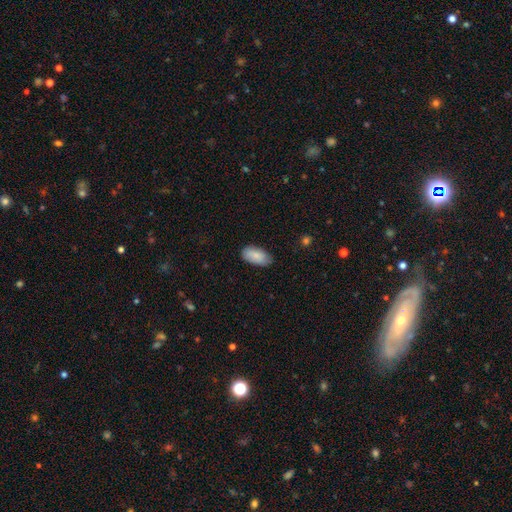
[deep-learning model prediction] Q: Smooth or featured?
A: smooth (87%); runner-up: featured or disk (7%)
Q: How rounded?
A: in between (94%); runner-up: cigar-shaped (4%)
Q: Merging?
A: none (77%); runner-up: minor disturbance (19%)